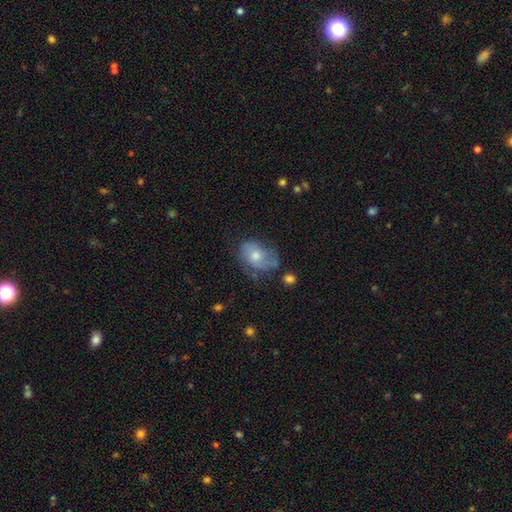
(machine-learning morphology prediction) This appears to be a smooth galaxy with no disk features (51%) that is in between round and cigar-shaped (74%). Merging: none (47%).